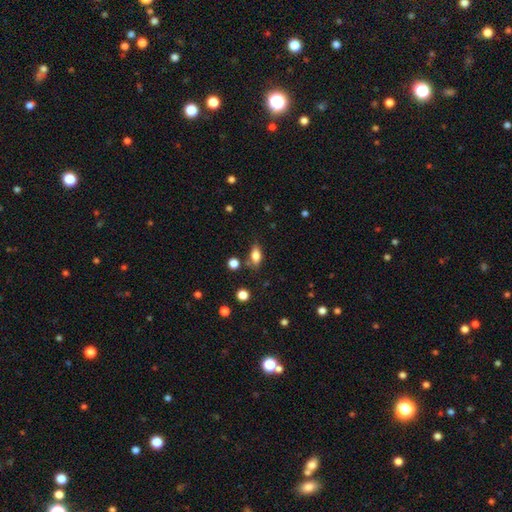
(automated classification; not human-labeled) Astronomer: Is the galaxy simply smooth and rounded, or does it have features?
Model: smooth — 78%.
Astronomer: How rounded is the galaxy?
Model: in between — 83%.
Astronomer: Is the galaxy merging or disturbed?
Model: none — 72%.